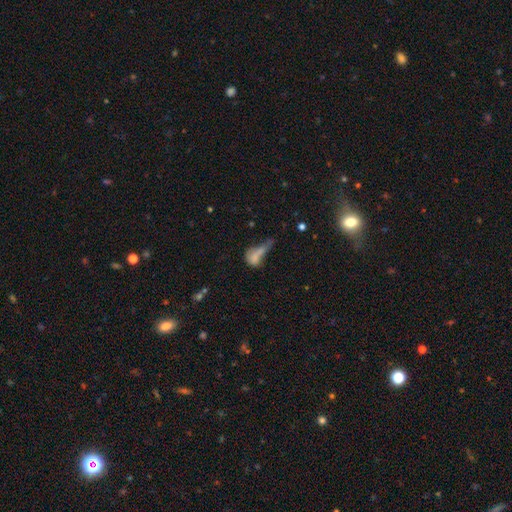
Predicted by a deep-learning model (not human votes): This is likely a smooth galaxy (63%). How rounded: likely in between (70%). Merging: marginally major disturbance (38%).